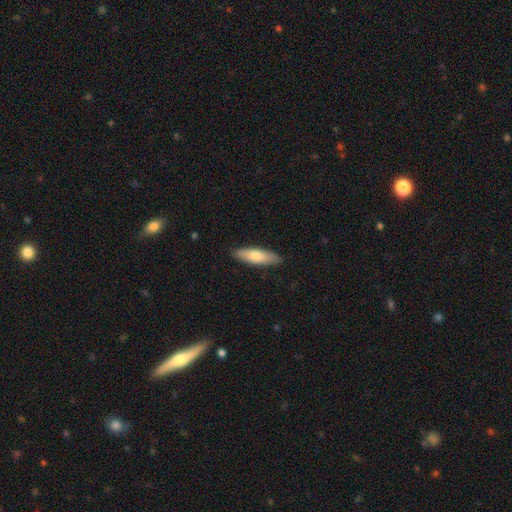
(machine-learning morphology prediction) Smooth or featured?
  - smooth: 70% *
  - featured or disk: 25%
  - star or artifact: 5%
How rounded?
  - cigar-shaped: 57% *
  - in between: 41%
  - round: 2%
Merging?
  - none: 89% *
  - minor disturbance: 8%
  - major disturbance: 2%
  - merger: 1%